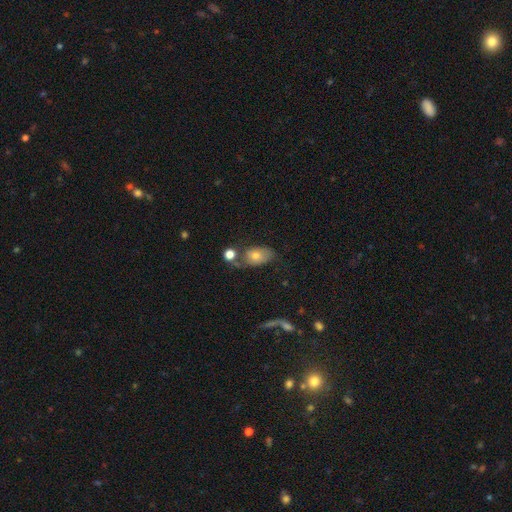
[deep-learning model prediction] This appears to be a smooth galaxy with no disk features (61%) that is in between round and cigar-shaped (82%). Merging: none (37%).